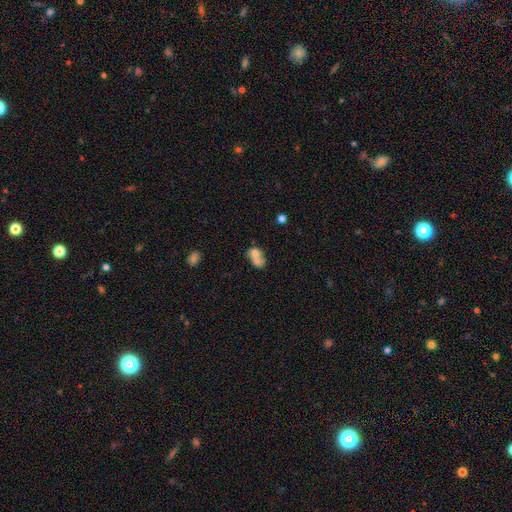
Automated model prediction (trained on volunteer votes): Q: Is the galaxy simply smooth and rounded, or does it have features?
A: smooth — 68%.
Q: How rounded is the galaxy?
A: in between — 60%.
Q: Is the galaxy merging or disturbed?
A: merger — 64%.